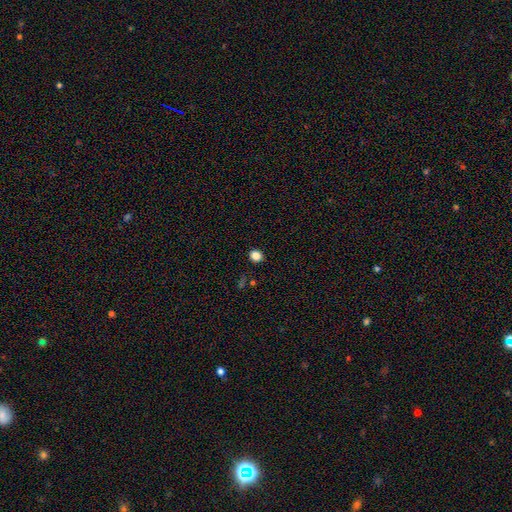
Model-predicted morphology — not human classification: smooth-or-featured: smooth: 84% | star or artifact: 13% | featured or disk: 4%
  how-rounded: round: 80% | in between: 19% | cigar-shaped: 1%
  merging: none: 90% | minor disturbance: 6% | major disturbance: 2% | merger: 2%